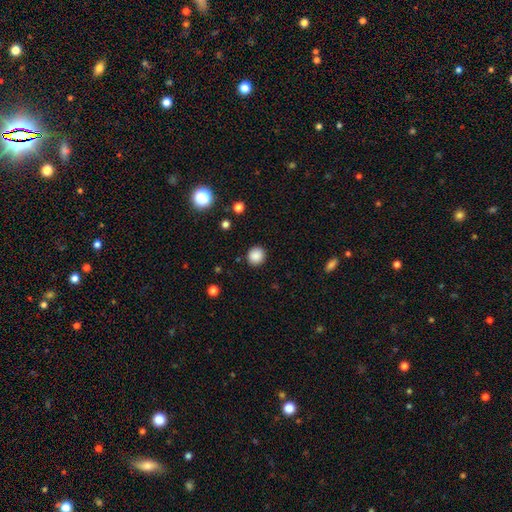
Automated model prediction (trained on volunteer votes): Smooth or featured?
  - smooth: 87% *
  - star or artifact: 10%
  - featured or disk: 3%
How rounded?
  - round: 89% *
  - in between: 10%
  - cigar-shaped: 1%
Merging?
  - none: 91% *
  - minor disturbance: 6%
  - major disturbance: 2%
  - merger: 1%